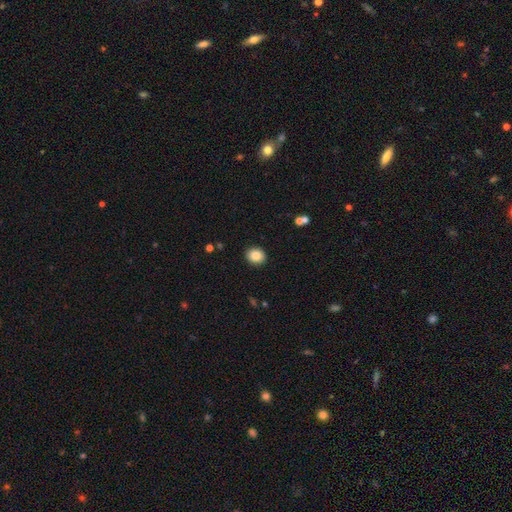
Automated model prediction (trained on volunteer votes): smooth_or_featured: smooth (p=0.85) [alt: star or artifact p=0.09]
how_rounded: round (p=0.67) [alt: in between p=0.32]
merging: none (p=0.91) [alt: minor disturbance p=0.06]